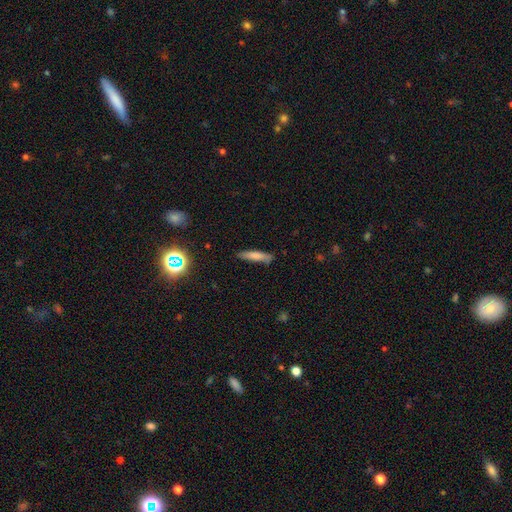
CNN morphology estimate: Smooth or featured? smooth (74%)
How rounded? cigar-shaped (83%)
Merging? none (79%)